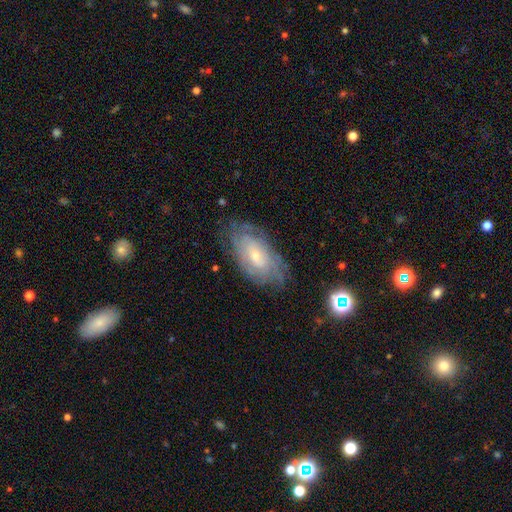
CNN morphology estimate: Smooth or featured: featured or disk — 67% (smooth — 24%)
Edge-on disk: no — 93% (yes — 7%)
Bar: no — 62% (weak — 32%)
Spiral arms: yes — 82% (no — 18%)
Spiral winding: tight — 70% (medium — 23%)
Spiral arm count: can't tell — 66% (2 — 12%)
Bulge size: small — 66% (moderate — 29%)
Merging: none — 73% (minor disturbance — 19%)